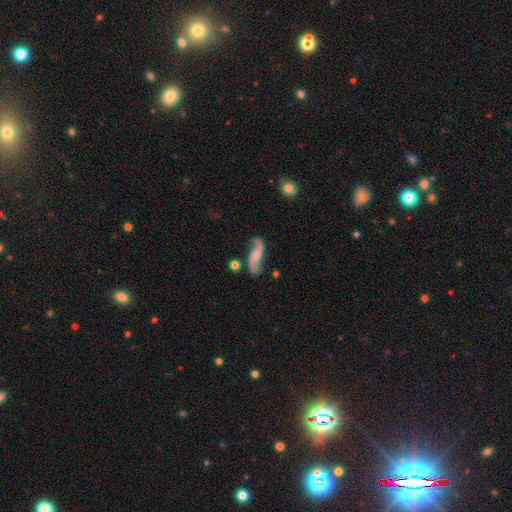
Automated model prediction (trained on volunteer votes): smooth_or_featured: featured or disk (p=0.77) [alt: smooth p=0.17]
disk_edge_on: no (p=0.93) [alt: yes p=0.07]
bar: no (p=0.56) [alt: weak p=0.34]
has_spiral_arms: yes (p=0.95) [alt: no p=0.05]
spiral_winding: loose (p=0.81) [alt: medium p=0.14]
spiral_arm_count: 2 (p=0.93) [alt: can't tell p=0.02]
bulge_size: small (p=0.35) [alt: none p=0.32]
merging: none (p=0.69) [alt: minor disturbance p=0.17]